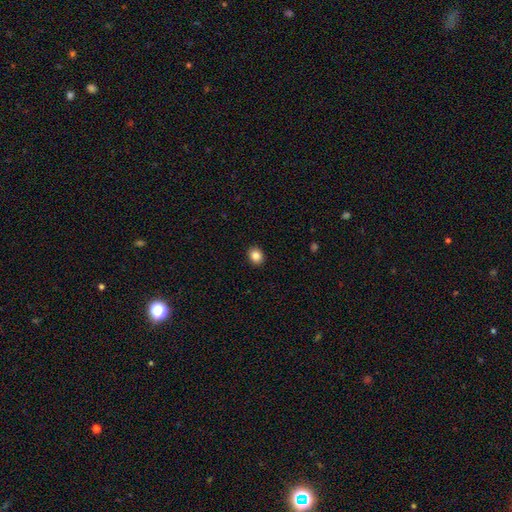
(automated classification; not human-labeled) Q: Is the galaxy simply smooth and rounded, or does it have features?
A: smooth — 85%.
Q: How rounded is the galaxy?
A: round — 59%.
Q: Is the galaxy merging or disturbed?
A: none — 92%.